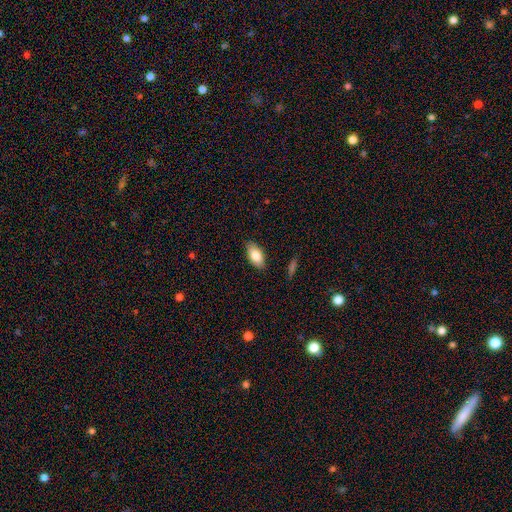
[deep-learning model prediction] Smooth or featured?
  - smooth: 83% *
  - featured or disk: 11%
  - star or artifact: 7%
How rounded?
  - in between: 92% *
  - cigar-shaped: 4%
  - round: 4%
Merging?
  - none: 86% *
  - minor disturbance: 11%
  - major disturbance: 2%
  - merger: 1%